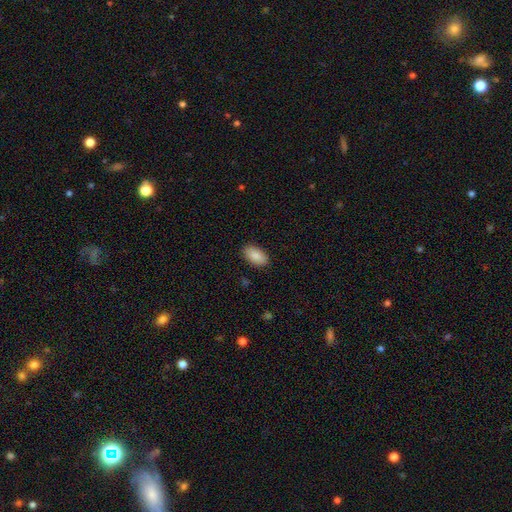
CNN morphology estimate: A smooth galaxy with no disk features (87%) that is in between round and cigar-shaped (94%). Merging: none (88%).